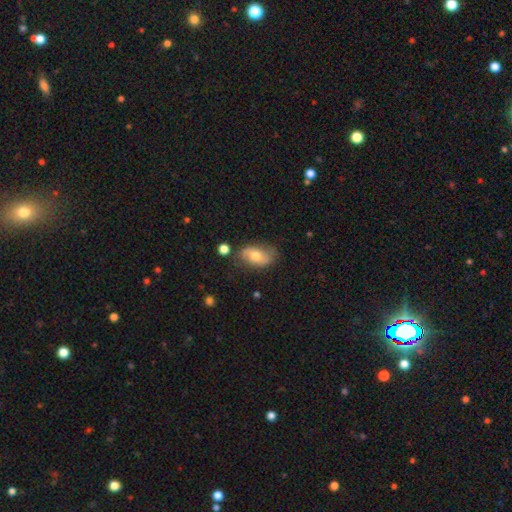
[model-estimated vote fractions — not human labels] Smooth or featured?
  - smooth: 58% *
  - featured or disk: 35%
  - star or artifact: 7%
How rounded?
  - in between: 90% *
  - round: 7%
  - cigar-shaped: 3%
Merging?
  - none: 68% *
  - minor disturbance: 23%
  - major disturbance: 6%
  - merger: 3%